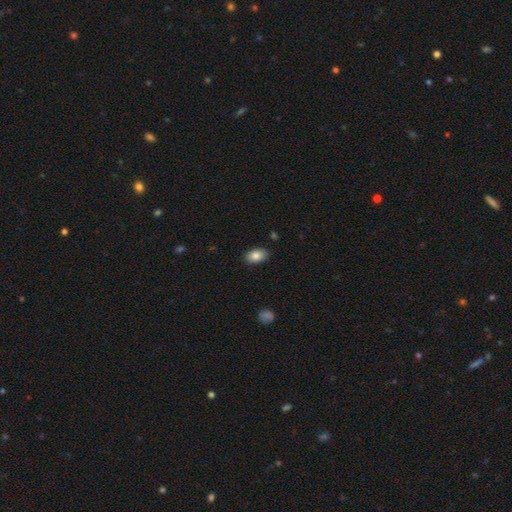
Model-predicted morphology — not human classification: A smooth galaxy with no disk features (83%) that is in between round and cigar-shaped (91%). Merging: none (87%).